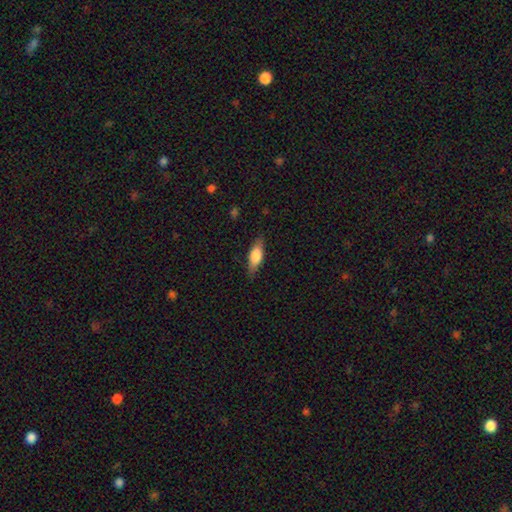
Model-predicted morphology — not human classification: This appears to be a smooth galaxy with no disk features (67%) that is in between round and cigar-shaped (65%). Merging: none (82%).